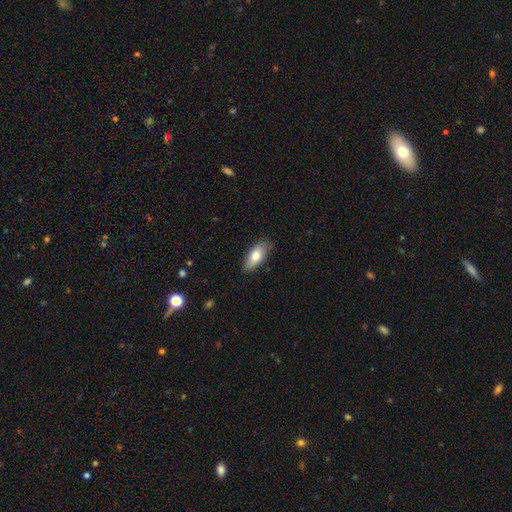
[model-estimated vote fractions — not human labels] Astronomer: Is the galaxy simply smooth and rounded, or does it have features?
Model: smooth — 74%.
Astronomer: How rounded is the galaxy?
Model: in between — 83%.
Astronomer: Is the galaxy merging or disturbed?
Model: none — 81%.